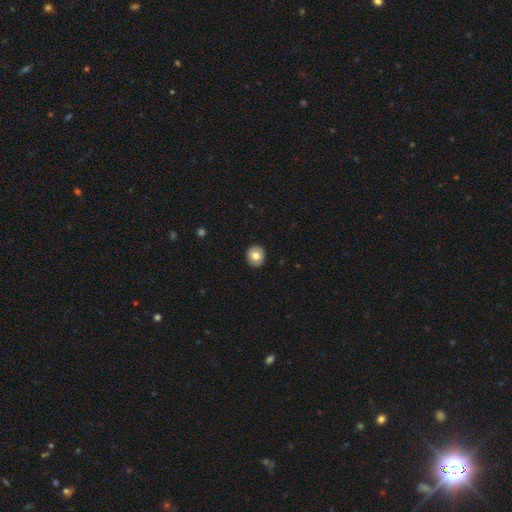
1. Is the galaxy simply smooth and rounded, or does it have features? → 82% smooth, 11% featured or disk, 8% star or artifact.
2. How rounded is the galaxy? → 81% round, 16% in between, 3% cigar-shaped.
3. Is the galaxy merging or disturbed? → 97% none, 3% major disturbance, 0% minor disturbance, 0% merger.